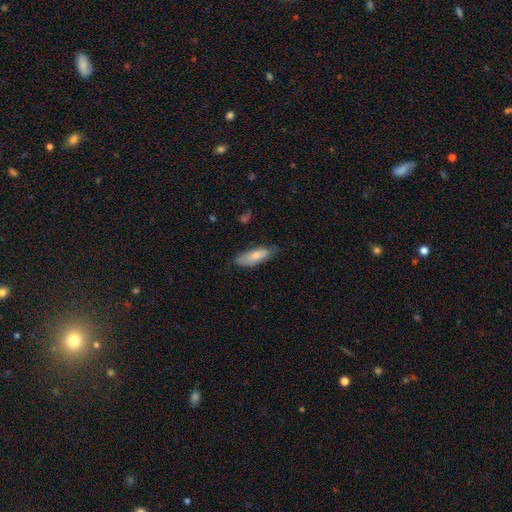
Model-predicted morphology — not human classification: Smooth or featured? smooth (77%)
How rounded? in between (66%)
Merging? none (68%)